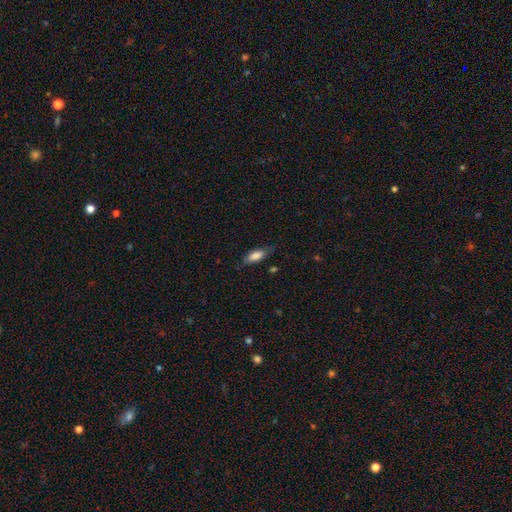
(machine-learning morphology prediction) smooth 80%, featured or disk 13%, star or artifact 7%. Down the decision tree: how rounded — in between (72%); merging — none (74%).